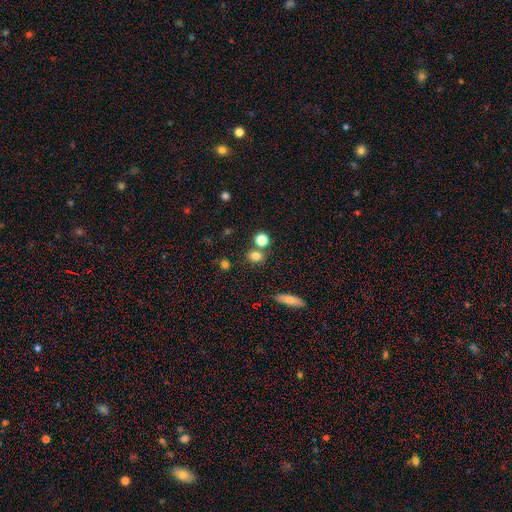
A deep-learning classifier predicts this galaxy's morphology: Smooth or featured?
  - smooth: 77% *
  - star or artifact: 15%
  - featured or disk: 8%
How rounded?
  - round: 68% *
  - in between: 30%
  - cigar-shaped: 2%
Merging?
  - none: 69% *
  - merger: 18%
  - minor disturbance: 10%
  - major disturbance: 4%